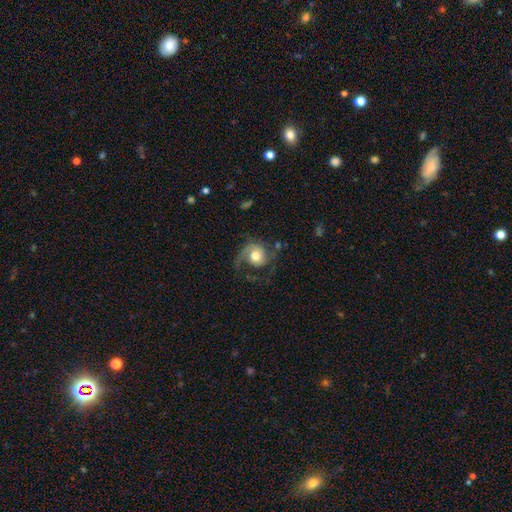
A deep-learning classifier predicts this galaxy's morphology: featured or disk 63%, smooth 30%, star or artifact 7%. Down the decision tree: edge-on disk — no (97%); bar — no (73%); spiral arms — yes (90%); spiral arm count — 1 (60%); spiral winding — medium (41%); bulge size — moderate (61%); merging — none (50%).